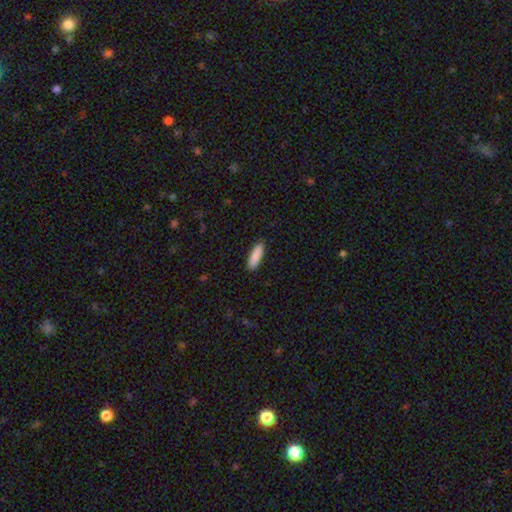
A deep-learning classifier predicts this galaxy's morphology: The model was most divided on "how rounded": cigar-shaped: 60%, in between: 38%, round: 1%. More confident: merging — none (90%); smooth or featured — smooth (89%).